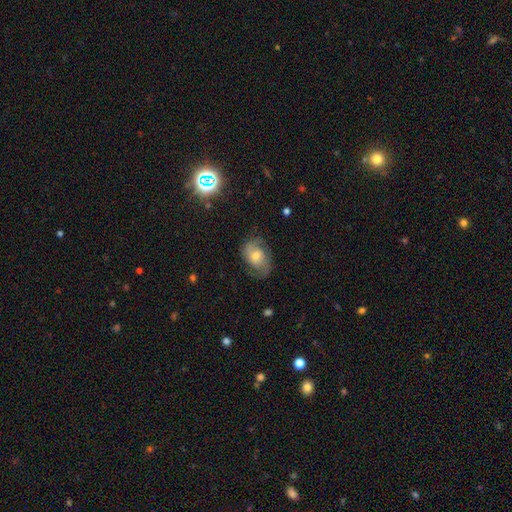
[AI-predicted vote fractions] Morphology: type=featured or disk (61%); edge-on=no (96%); bar=no (62%); spiral arms=yes (86%); winding=medium (47%); arm count=2 (80%); bulge=moderate (59%); merging=none (66%).